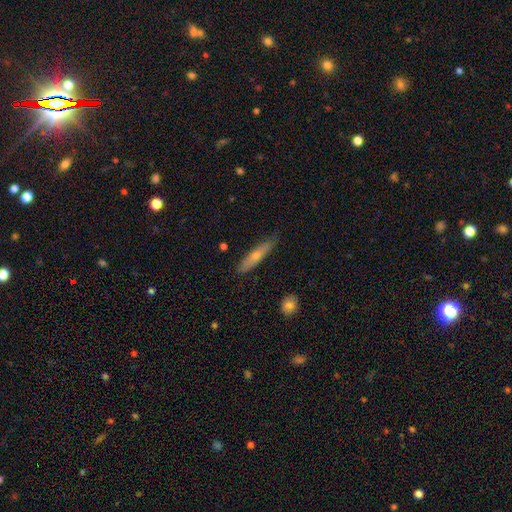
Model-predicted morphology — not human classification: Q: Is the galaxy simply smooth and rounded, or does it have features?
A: smooth — 48%.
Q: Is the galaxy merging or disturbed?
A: none — 83%.